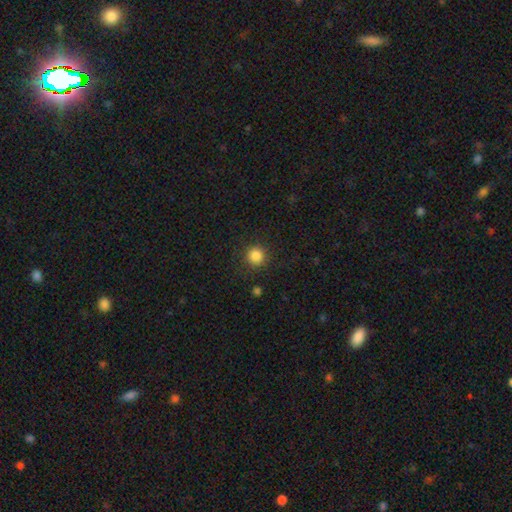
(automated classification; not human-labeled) smooth_or_featured: smooth (p=0.85) [alt: star or artifact p=0.11]
how_rounded: round (p=0.94) [alt: in between p=0.05]
merging: none (p=0.89) [alt: minor disturbance p=0.07]